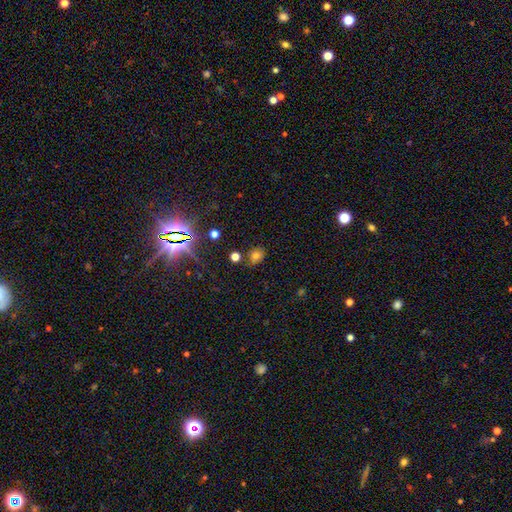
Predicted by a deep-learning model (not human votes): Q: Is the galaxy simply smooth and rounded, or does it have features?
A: smooth — 65%.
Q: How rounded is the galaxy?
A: round — 51%.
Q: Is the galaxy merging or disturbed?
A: none — 70%.